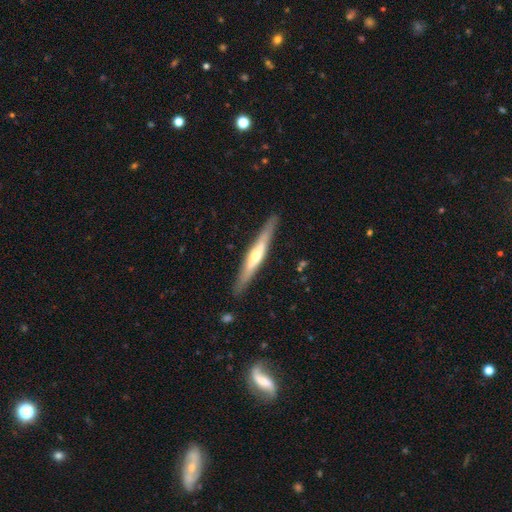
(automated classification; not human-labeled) Smooth or featured? featured or disk (66%)
Edge-on disk? yes (95%)
Edge-on bulge? rounded (81%)
Merging? none (88%)